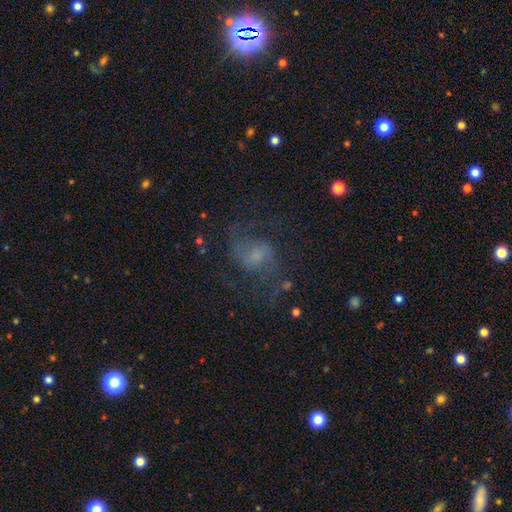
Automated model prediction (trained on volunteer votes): smooth_or_featured: featured or disk (p=0.64) [alt: smooth p=0.21]
disk_edge_on: no (p=0.97) [alt: yes p=0.03]
bar: no (p=0.50) [alt: weak p=0.42]
has_spiral_arms: yes (p=0.88) [alt: no p=0.12]
spiral_winding: medium (p=0.51) [alt: loose p=0.35]
spiral_arm_count: 2 (p=0.74) [alt: can't tell p=0.13]
bulge_size: small (p=0.38) [alt: moderate p=0.30]
merging: none (p=0.62) [alt: major disturbance p=0.19]